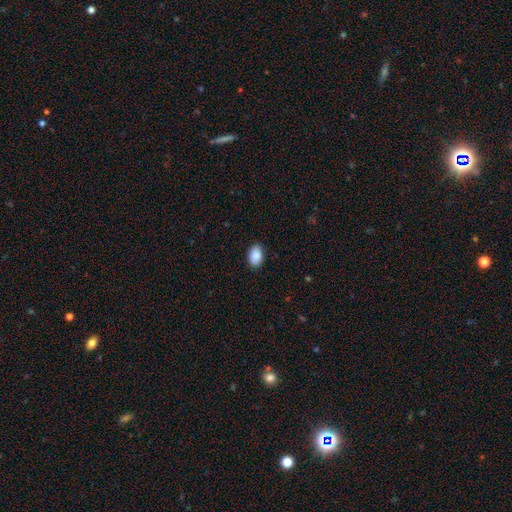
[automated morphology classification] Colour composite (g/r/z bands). It shows a smooth galaxy with no disk features (88%) that is in between round and cigar-shaped (89%). Merging: none (89%).